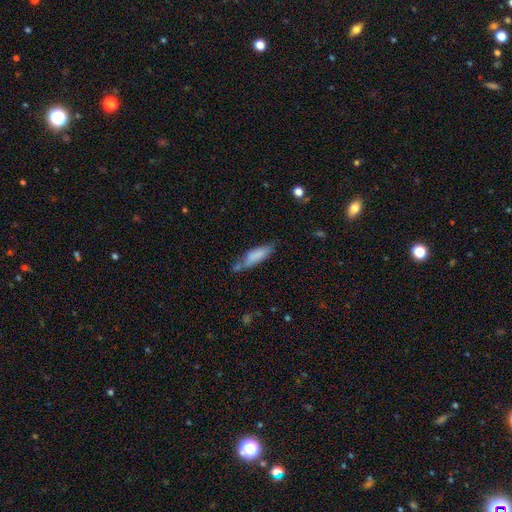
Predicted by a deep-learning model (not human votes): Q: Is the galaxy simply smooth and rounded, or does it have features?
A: smooth — 79%.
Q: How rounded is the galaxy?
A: cigar-shaped — 52%.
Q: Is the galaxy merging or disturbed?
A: none — 50%.